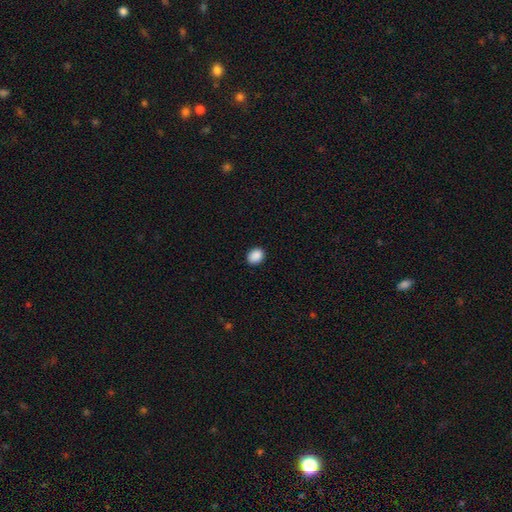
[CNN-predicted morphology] This is clearly a smooth galaxy (90%). How rounded: possibly in between (52%). Merging: clearly none (90%).